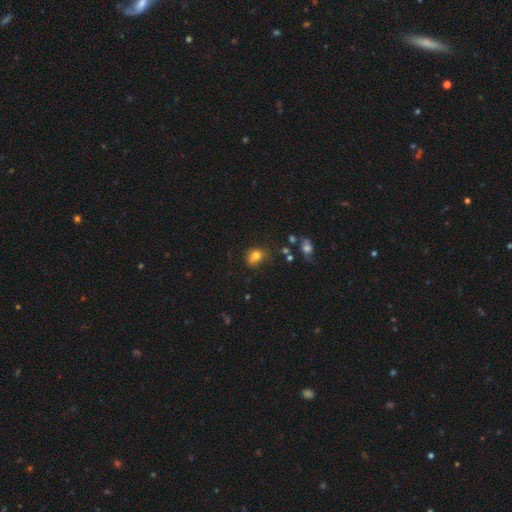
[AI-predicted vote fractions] This is likely a smooth galaxy (78%). How rounded: possibly in between (50%). Merging: possibly none (56%).